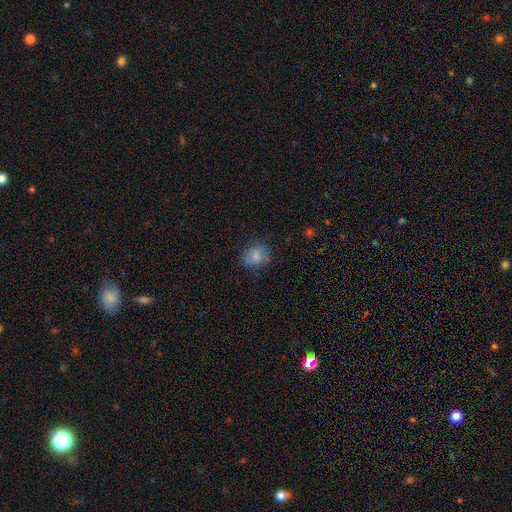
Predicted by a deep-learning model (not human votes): smooth_or_featured: smooth (p=0.80) [alt: star or artifact p=0.11]
how_rounded: round (p=0.61) [alt: in between p=0.38]
merging: none (p=0.71) [alt: minor disturbance p=0.20]